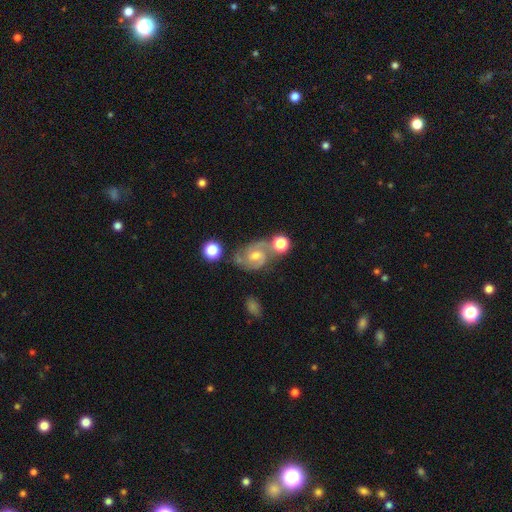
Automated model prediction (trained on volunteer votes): A featured or disk galaxy (79%) with a weak bar (46%), 2 (84%) medium (53%) spiral arms (95%) and a moderate central bulge (56%).

Vote fractions:
- Smooth or featured? featured or disk: 79% / smooth: 12% / star or artifact: 9%
- Edge-on disk? no: 97% / yes: 3%
- Bar? weak: 46% / no: 44% / strong: 10%
- Spiral arms? yes: 95% / no: 5%
- Spiral winding? medium: 53% / tight: 33% / loose: 14%
- Spiral arm count? 2: 84% / can't tell: 6% / 3: 5% / 1: 2% / 4: 2% / more than 4: 2%
- Bulge size? moderate: 56% / small: 37% / large: 3% / none: 3% / dominant: 1%
- Merging? none: 61% / minor disturbance: 17% / merger: 16% / major disturbance: 7%